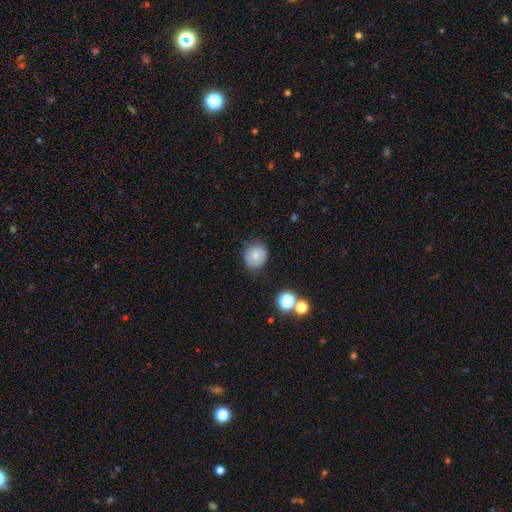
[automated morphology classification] Overall: smooth (74%). How rounded: round (81%). Merging: none (73%).